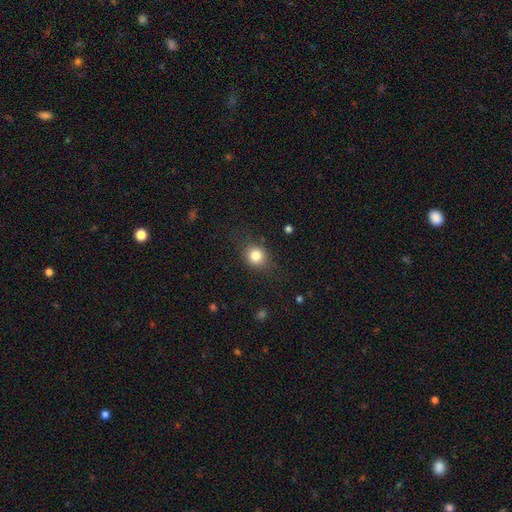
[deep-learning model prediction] smooth_or_featured: smooth (p=0.81) [alt: star or artifact p=0.11]
how_rounded: round (p=0.76) [alt: in between p=0.23]
merging: none (p=0.78) [alt: minor disturbance p=0.15]